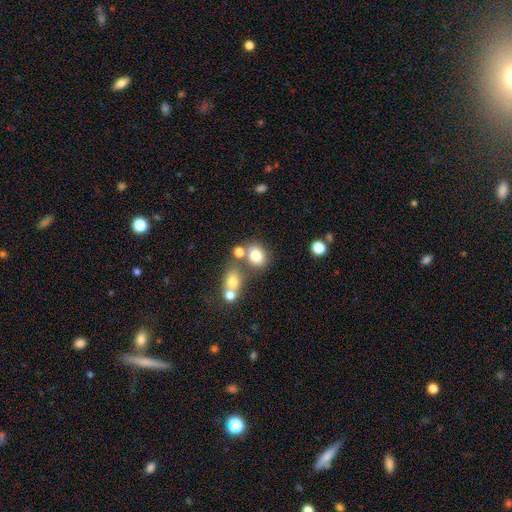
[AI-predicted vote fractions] smooth 77%, star or artifact 12%, featured or disk 10%. Down the decision tree: how rounded — round (53%); merging — none (59%).